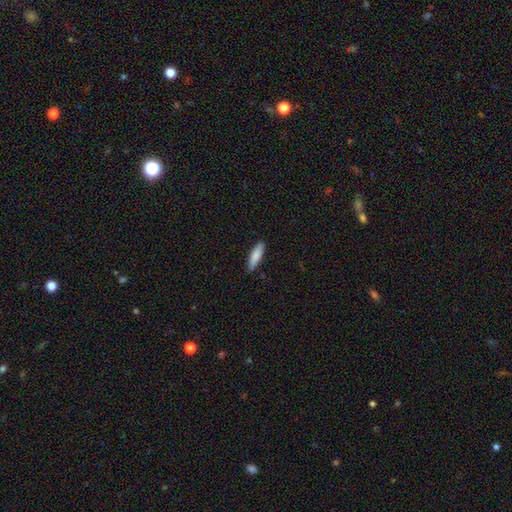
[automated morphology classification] A smooth galaxy with no disk features (85%) that is cigar-shaped (62%). Merging: none (88%).